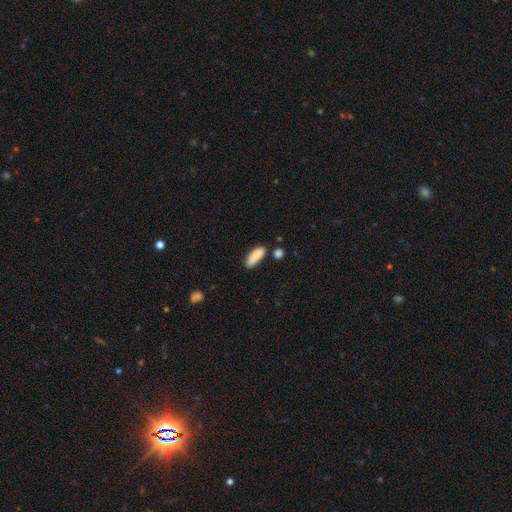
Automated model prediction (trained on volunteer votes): Smooth or featured?
  - smooth: 86% *
  - star or artifact: 7%
  - featured or disk: 7%
How rounded?
  - in between: 63% *
  - cigar-shaped: 35%
  - round: 2%
Merging?
  - none: 62% *
  - minor disturbance: 22%
  - merger: 11%
  - major disturbance: 5%